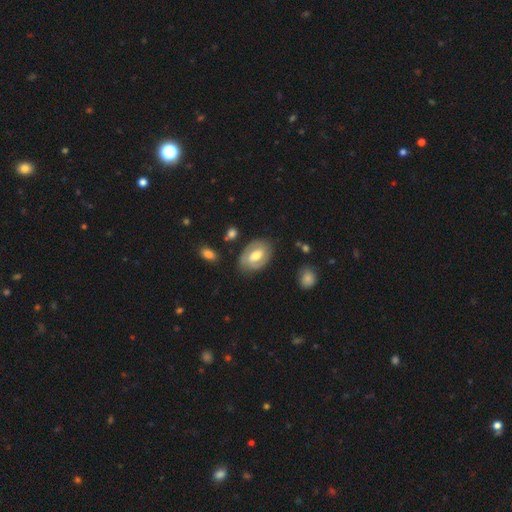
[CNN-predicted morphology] featured or disk 67%, smooth 28%, star or artifact 5%. Down the decision tree: edge-on disk — no (95%); bar — weak (47%); spiral arms — yes (76%); bulge size — moderate (66%); merging — none (77%).